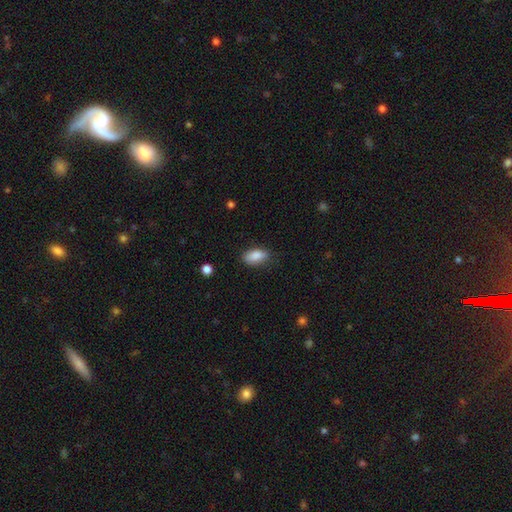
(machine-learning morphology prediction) smooth 87%, star or artifact 7%, featured or disk 5%. Down the decision tree: how rounded — in between (89%); merging — none (79%).